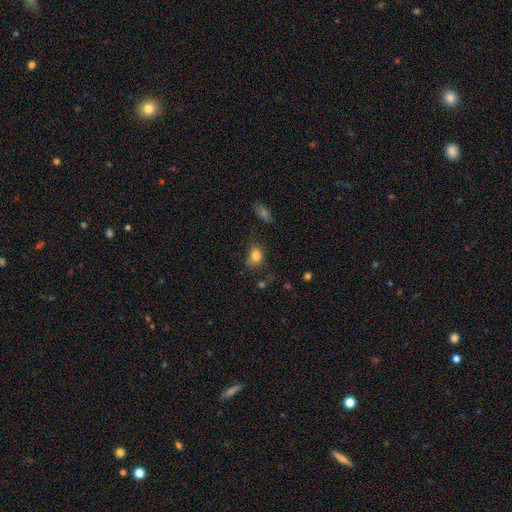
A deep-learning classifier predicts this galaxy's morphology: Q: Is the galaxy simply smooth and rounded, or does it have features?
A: smooth — 82%.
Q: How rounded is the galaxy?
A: in between — 60%.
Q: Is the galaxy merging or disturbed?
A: none — 58%.